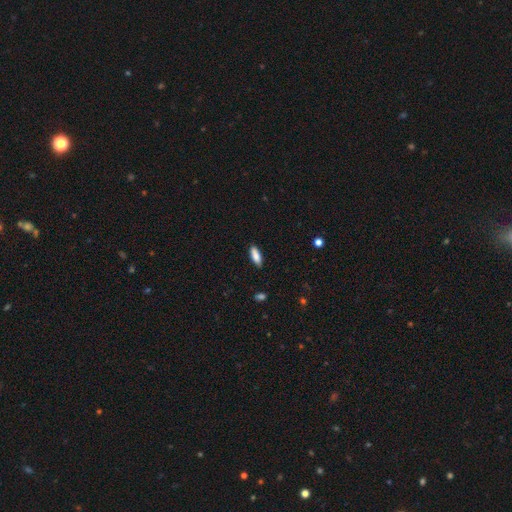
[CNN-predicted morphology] Smooth or featured? smooth (84%)
How rounded? in between (62%)
Merging? none (88%)